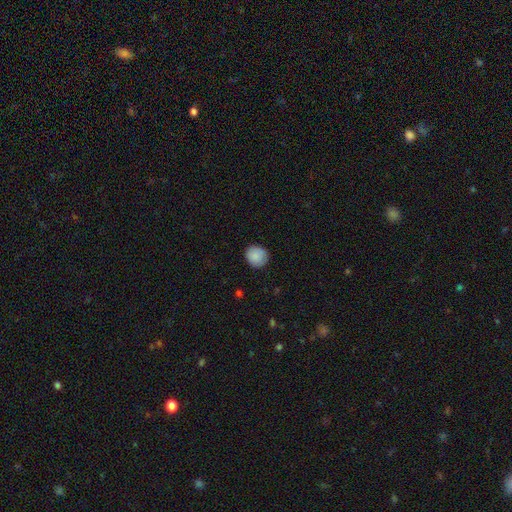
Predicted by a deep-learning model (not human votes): A smooth galaxy with no disk features (87%) that is round (86%).

Vote fractions:
- Smooth or featured? smooth: 87% / star or artifact: 7% / featured or disk: 5%
- How rounded? round: 86% / in between: 14% / cigar-shaped: 1%
- Merging? none: 85% / minor disturbance: 12% / major disturbance: 2% / merger: 1%